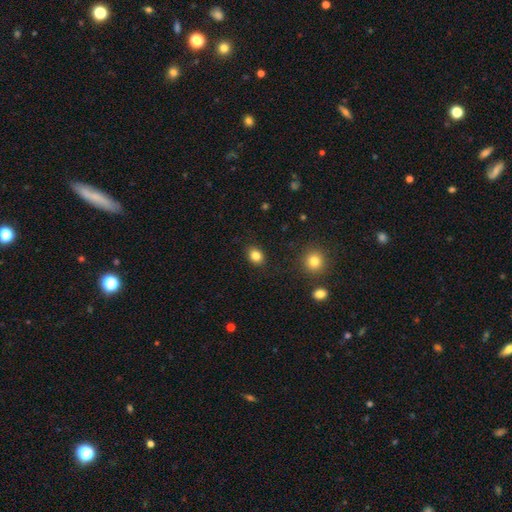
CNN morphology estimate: Smooth or featured? Predicted: smooth (p=0.84). How rounded? Predicted: in between (p=0.54). Merging? Predicted: none (p=0.87).